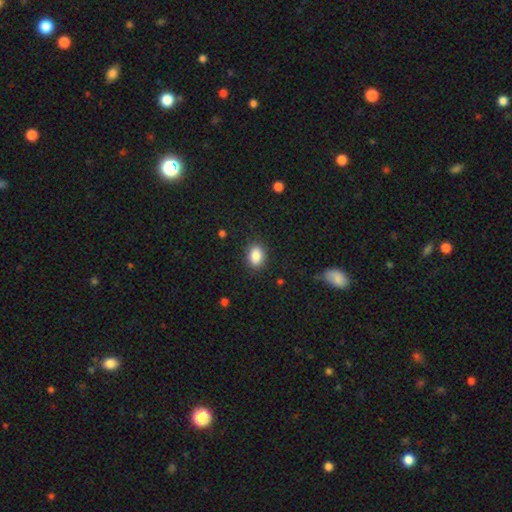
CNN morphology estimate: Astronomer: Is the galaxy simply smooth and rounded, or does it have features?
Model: smooth — 87%.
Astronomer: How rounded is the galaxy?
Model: in between — 69%.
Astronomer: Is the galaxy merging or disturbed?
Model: none — 87%.